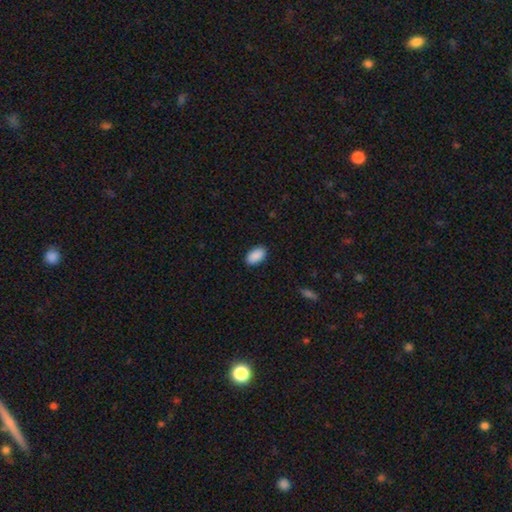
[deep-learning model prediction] A smooth galaxy with no disk features (91%) that is in between round and cigar-shaped (94%). Merging: none (89%).